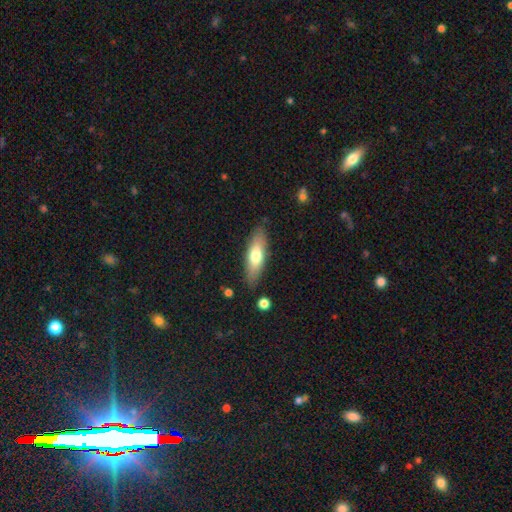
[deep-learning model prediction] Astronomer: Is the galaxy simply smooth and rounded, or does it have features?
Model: smooth — 64%.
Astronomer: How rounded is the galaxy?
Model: in between — 51% (runner-up: cigar-shaped, 47%).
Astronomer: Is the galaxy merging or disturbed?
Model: none — 84%.